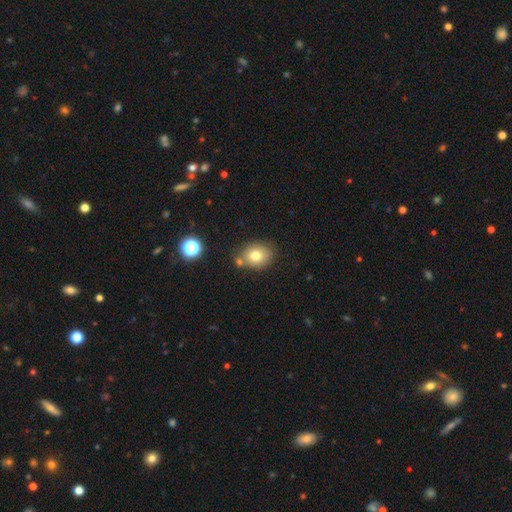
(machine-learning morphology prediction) A smooth galaxy with no disk features (77%) that is in between round and cigar-shaped (50%).

Vote fractions:
- Smooth or featured? smooth: 77% / featured or disk: 12% / star or artifact: 11%
- How rounded? in between: 50% / round: 49% / cigar-shaped: 1%
- Merging? none: 70% / minor disturbance: 14% / merger: 12% / major disturbance: 4%